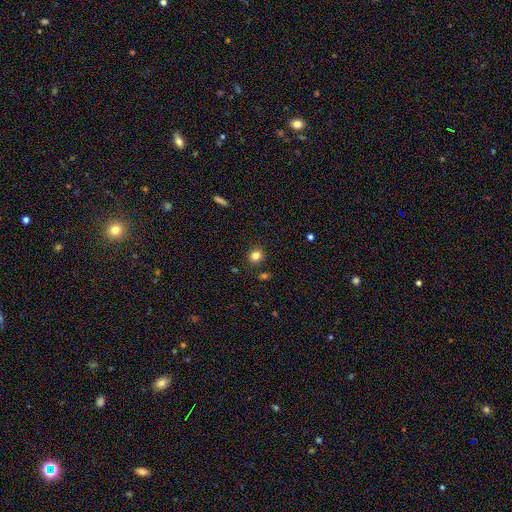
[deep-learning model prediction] Smooth or featured? Predicted: smooth (p=0.83). How rounded? Predicted: round (p=0.85). Merging? Predicted: none (p=0.87).